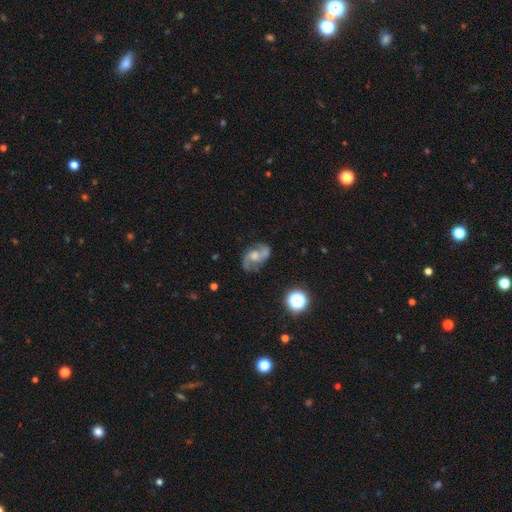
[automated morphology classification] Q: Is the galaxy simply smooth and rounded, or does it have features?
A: featured or disk — 80%.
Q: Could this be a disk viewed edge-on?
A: no — 97%.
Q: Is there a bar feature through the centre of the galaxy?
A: no — 56%.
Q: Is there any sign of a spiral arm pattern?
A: yes — 95%.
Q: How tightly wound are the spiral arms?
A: medium — 49%.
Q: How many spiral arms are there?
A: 2 — 90%.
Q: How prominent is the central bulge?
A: moderate — 53%.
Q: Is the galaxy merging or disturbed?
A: none — 71%.